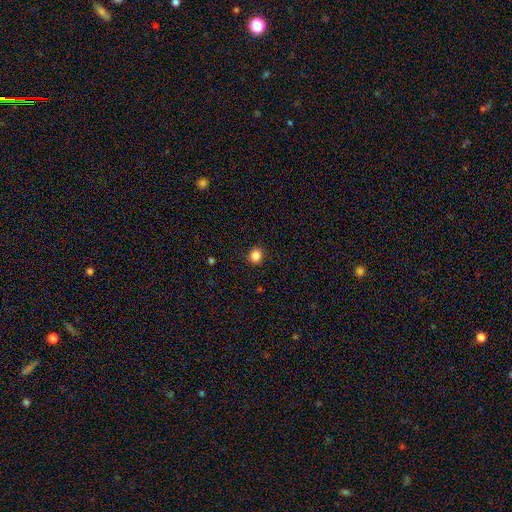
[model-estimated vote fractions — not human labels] This appears to be a smooth galaxy with no disk features (86%) that is round (82%). Merging: none (90%).